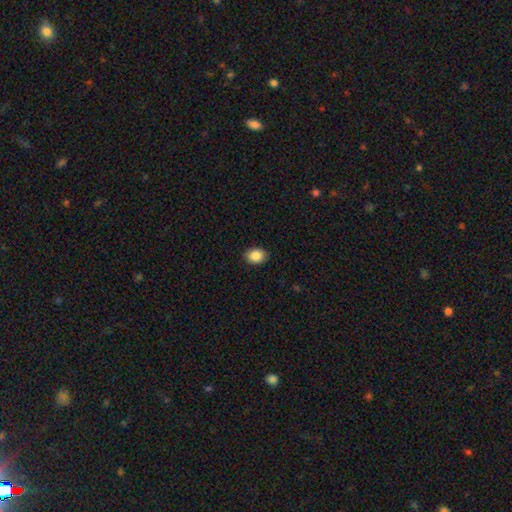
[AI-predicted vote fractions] Morphology: type=smooth (88%); roundness=in between (58%); merging=none (90%).